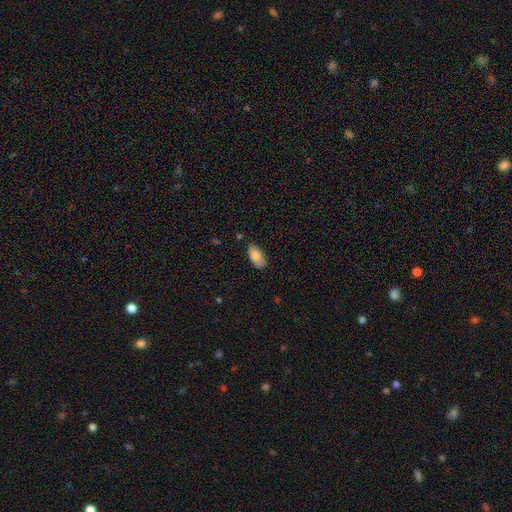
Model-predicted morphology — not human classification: smooth_or_featured: smooth (p=0.80) [alt: featured or disk p=0.13]
how_rounded: in between (p=0.93) [alt: cigar-shaped p=0.05]
merging: none (p=0.77) [alt: minor disturbance p=0.18]